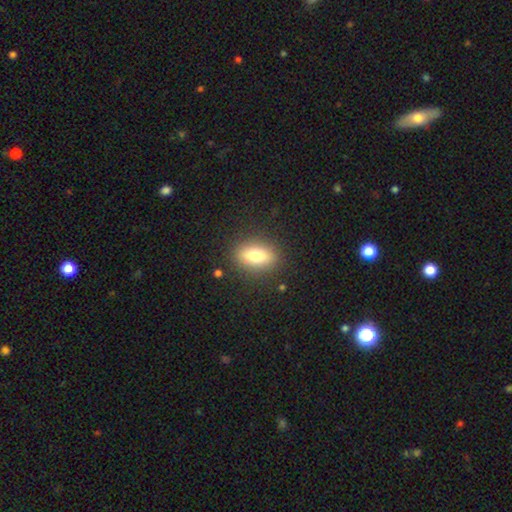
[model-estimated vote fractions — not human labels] Smooth or featured? smooth (73%)
How rounded? in between (77%)
Merging? none (86%)